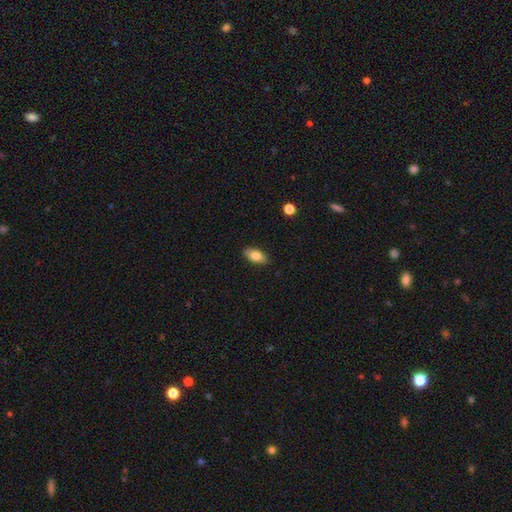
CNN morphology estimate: Overall: smooth (79%). How rounded: in between (89%). Merging: none (86%).